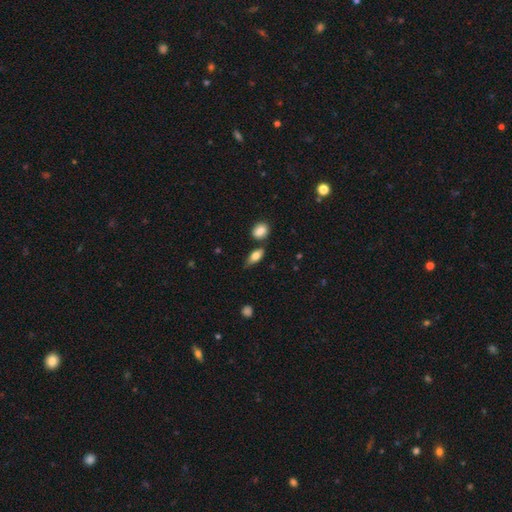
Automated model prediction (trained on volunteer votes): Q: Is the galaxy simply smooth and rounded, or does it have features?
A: smooth — 76%.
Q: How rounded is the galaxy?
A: in between — 81%.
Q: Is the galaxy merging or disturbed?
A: none — 67%.